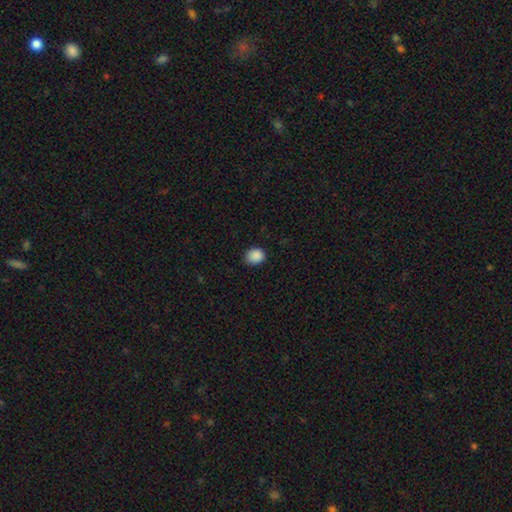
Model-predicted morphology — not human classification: This appears to be a smooth galaxy with no disk features (88%) that is round (62%). Merging: none (77%).